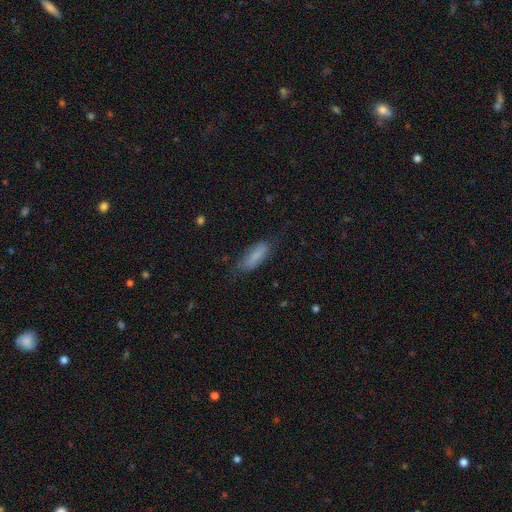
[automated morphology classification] Smooth or featured: smooth — 78% (featured or disk — 15%)
How rounded: in between — 59% (cigar-shaped — 39%)
Merging: none — 68% (minor disturbance — 23%)